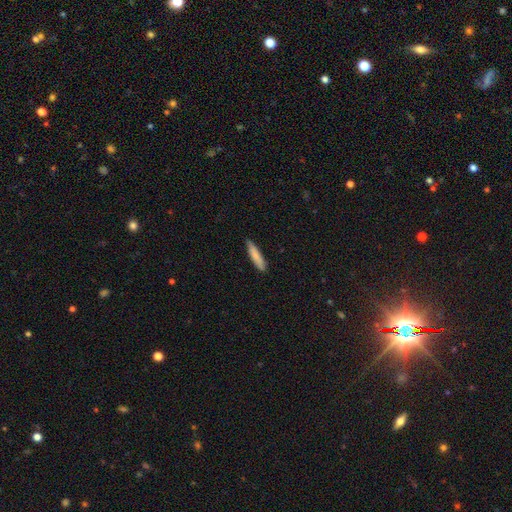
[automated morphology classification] Q: Smooth or featured?
A: smooth (82%); runner-up: featured or disk (13%)
Q: How rounded?
A: cigar-shaped (84%); runner-up: in between (14%)
Q: Merging?
A: none (87%); runner-up: minor disturbance (10%)